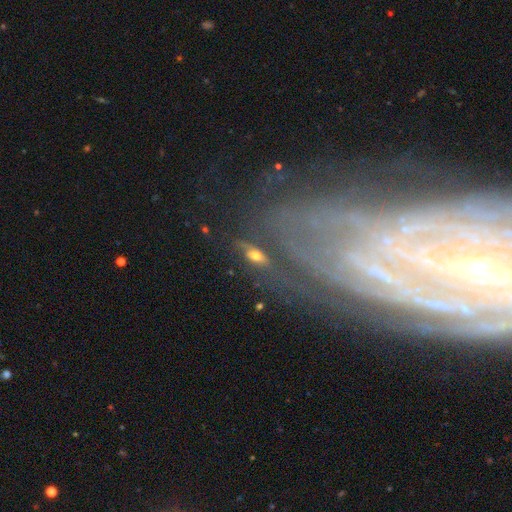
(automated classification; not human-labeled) Overall: smooth (47%; featured or disk 39%). Merging: none (68%).